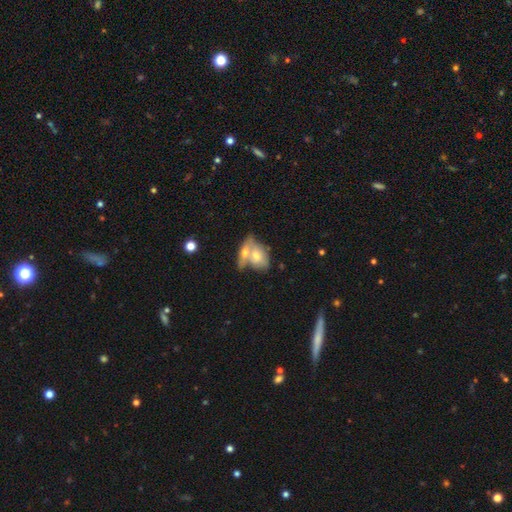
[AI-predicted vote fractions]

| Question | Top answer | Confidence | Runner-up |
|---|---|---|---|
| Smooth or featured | smooth | 60% | featured or disk (34%) |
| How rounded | in between | 80% | round (15%) |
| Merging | merger | 61% | none (24%) |